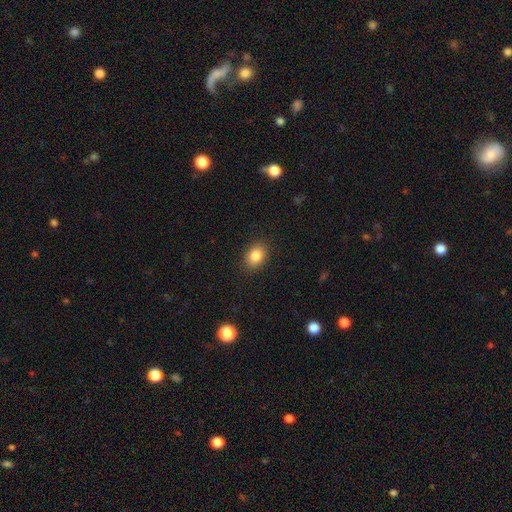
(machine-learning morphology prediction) Smooth or featured? Predicted: smooth (p=0.85). How rounded? Predicted: in between (p=0.67). Merging? Predicted: none (p=0.87).